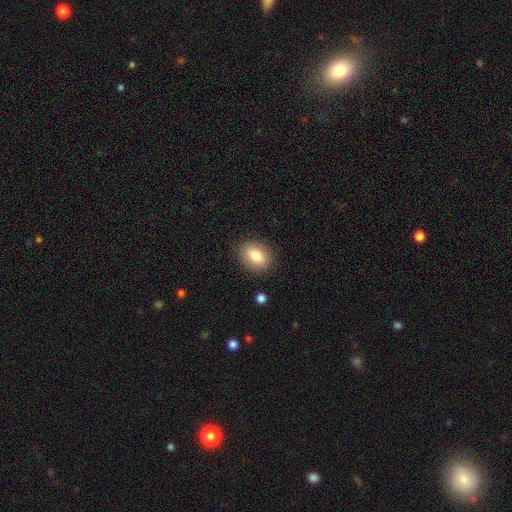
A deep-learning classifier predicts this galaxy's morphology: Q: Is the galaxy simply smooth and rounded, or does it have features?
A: smooth — 81%.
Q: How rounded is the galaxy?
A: in between — 70%.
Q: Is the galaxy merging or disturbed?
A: none — 87%.